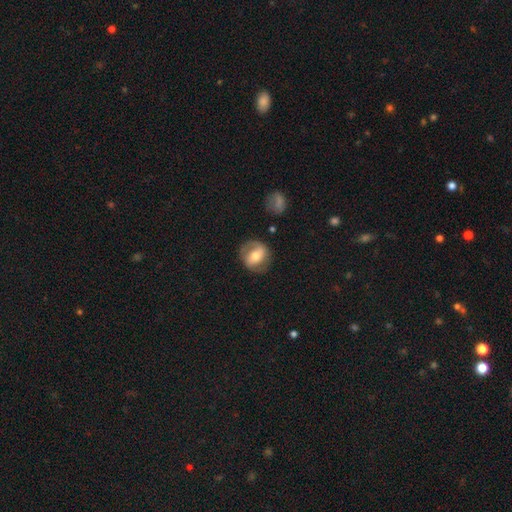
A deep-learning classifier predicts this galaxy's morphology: This is possibly a featured or disk galaxy (50%). It is clearly not viewed edge-on (94%). Merging: likely none (76%).